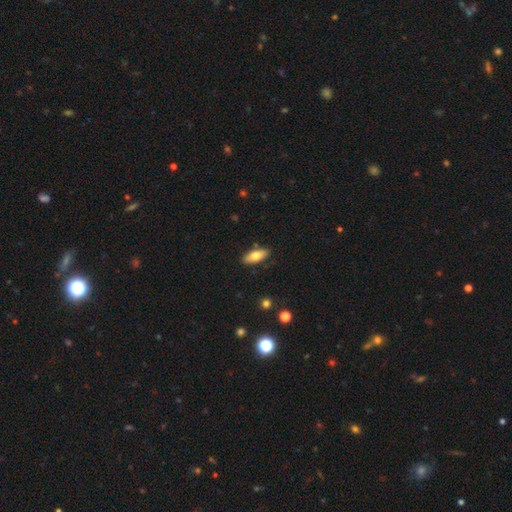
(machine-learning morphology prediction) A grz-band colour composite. It shows a smooth galaxy with no disk features (73%) that is in between round and cigar-shaped (78%). Merging: none (85%).